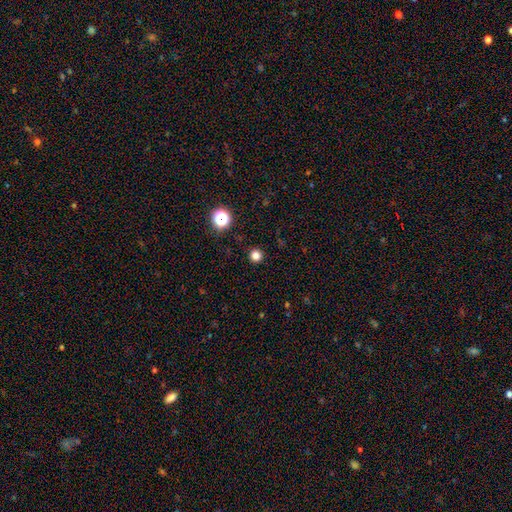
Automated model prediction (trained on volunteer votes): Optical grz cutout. It shows a smooth galaxy with no disk features (79%) that is round (95%). Merging: none (92%).